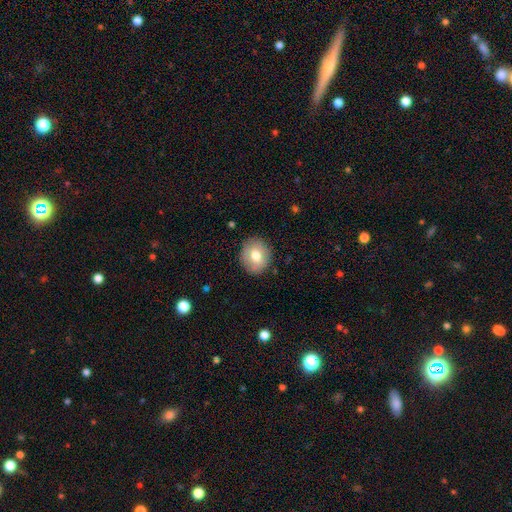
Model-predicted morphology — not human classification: smooth 71%, featured or disk 21%, star or artifact 8%. Down the decision tree: how rounded — round (68%); merging — none (85%).